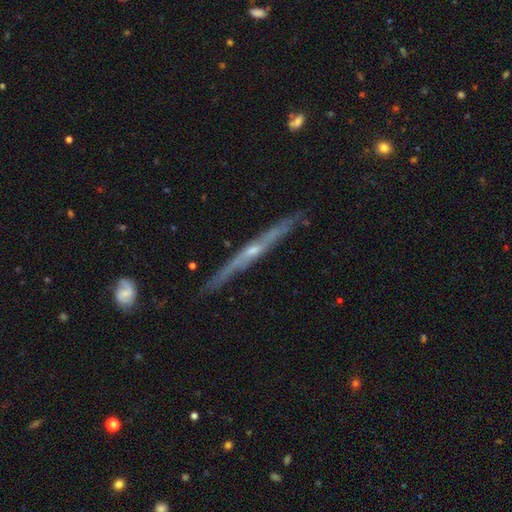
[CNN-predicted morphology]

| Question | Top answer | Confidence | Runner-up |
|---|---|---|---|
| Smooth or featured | featured or disk | 81% | smooth (14%) |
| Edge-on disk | yes | 97% | no (3%) |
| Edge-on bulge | rounded | 66% | none (30%) |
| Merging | none | 86% | minor disturbance (11%) |